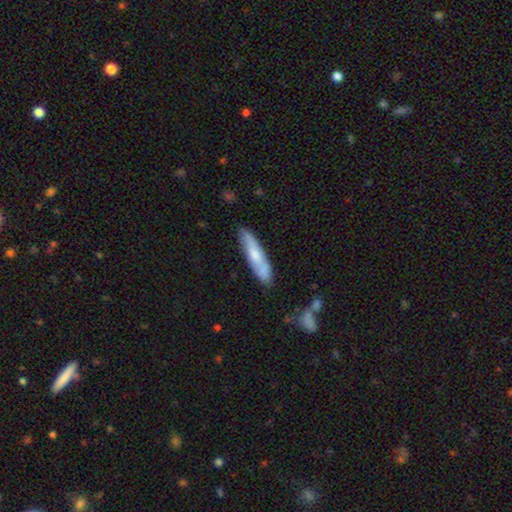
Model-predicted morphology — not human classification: type=smooth (61%); roundness=cigar-shaped (81%); merging=none (76%).